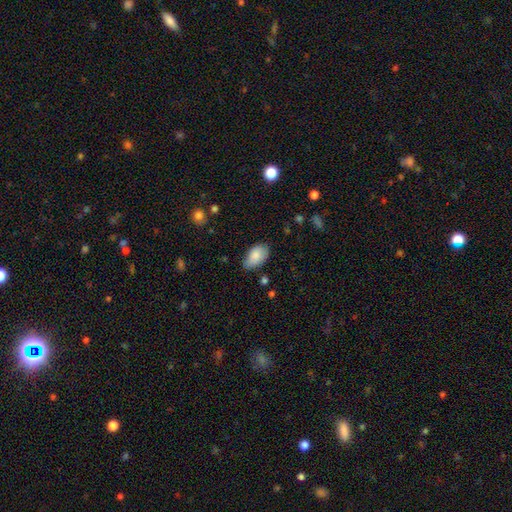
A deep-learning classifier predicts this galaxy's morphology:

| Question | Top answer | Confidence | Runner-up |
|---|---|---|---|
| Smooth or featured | smooth | 85% | featured or disk (8%) |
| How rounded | in between | 94% | round (5%) |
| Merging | none | 70% | minor disturbance (25%) |